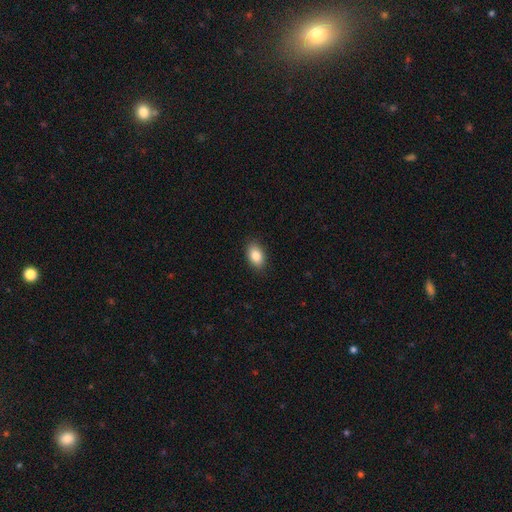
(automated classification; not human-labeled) Morphology: type=smooth (85%); roundness=in between (89%); merging=none (88%).